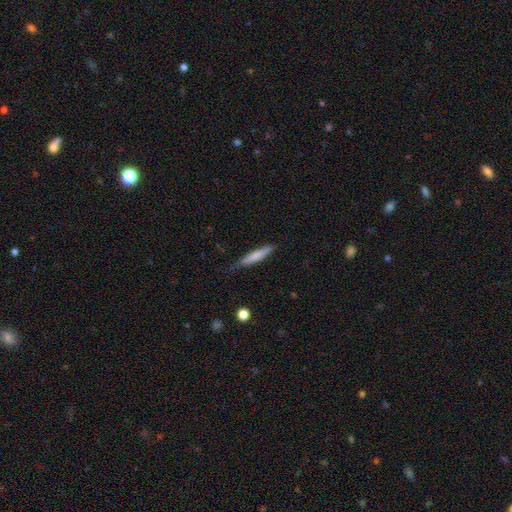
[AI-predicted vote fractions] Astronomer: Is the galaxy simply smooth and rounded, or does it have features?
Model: smooth — 72%.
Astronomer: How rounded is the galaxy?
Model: cigar-shaped — 92%.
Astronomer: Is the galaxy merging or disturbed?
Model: none — 74%.